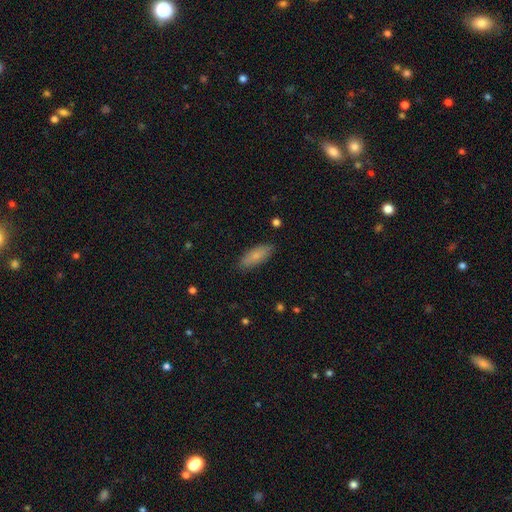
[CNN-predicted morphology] smooth-or-featured: smooth: 78% | featured or disk: 15% | star or artifact: 7%
  how-rounded: in between: 74% | cigar-shaped: 24% | round: 2%
  merging: none: 85% | minor disturbance: 11% | major disturbance: 2% | merger: 1%